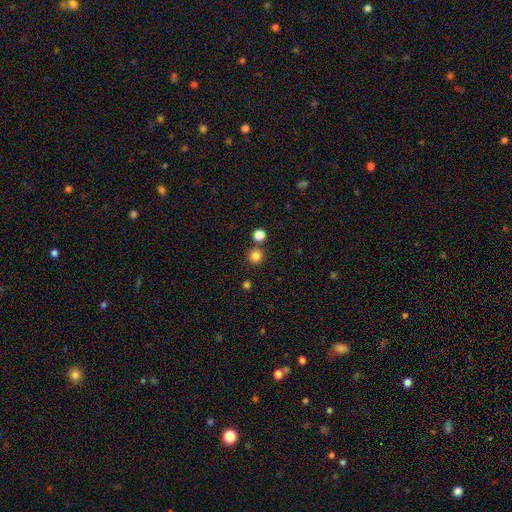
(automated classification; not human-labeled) Smooth or featured? smooth (82%)
How rounded? round (94%)
Merging? none (78%)